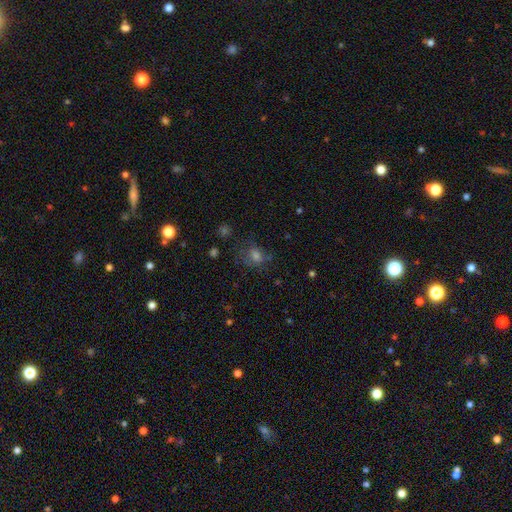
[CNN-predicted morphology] Smooth or featured? Predicted: smooth (p=0.54). How rounded? Predicted: in between (p=0.50). Merging? Predicted: none (p=0.58).